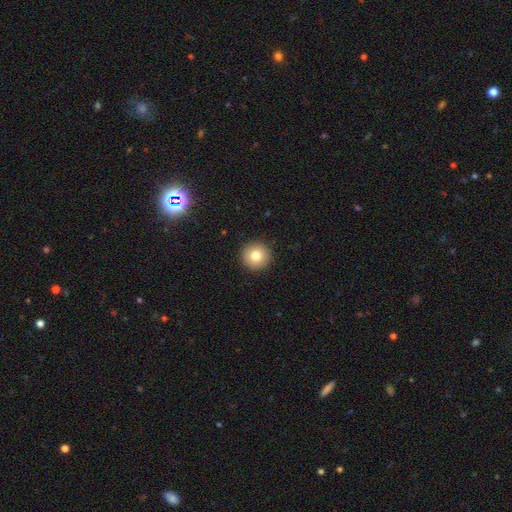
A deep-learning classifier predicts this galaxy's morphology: smooth_or_featured: smooth (p=0.79) [alt: featured or disk p=0.11]
how_rounded: round (p=0.96) [alt: in between p=0.03]
merging: none (p=0.93) [alt: minor disturbance p=0.05]